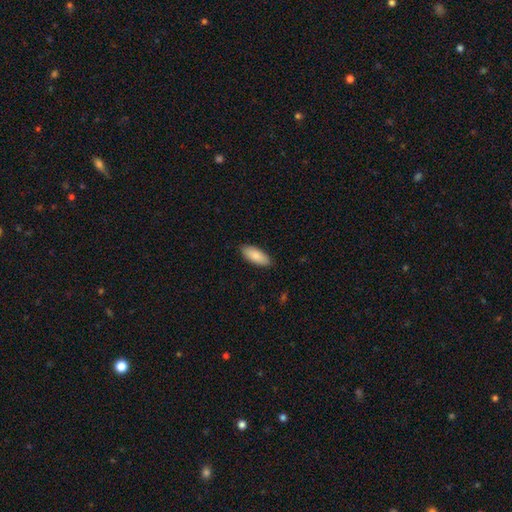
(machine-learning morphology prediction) smooth-or-featured: smooth: 85% | featured or disk: 9% | star or artifact: 6%
  how-rounded: in between: 83% | cigar-shaped: 15% | round: 2%
  merging: none: 88% | minor disturbance: 9% | major disturbance: 2% | merger: 1%